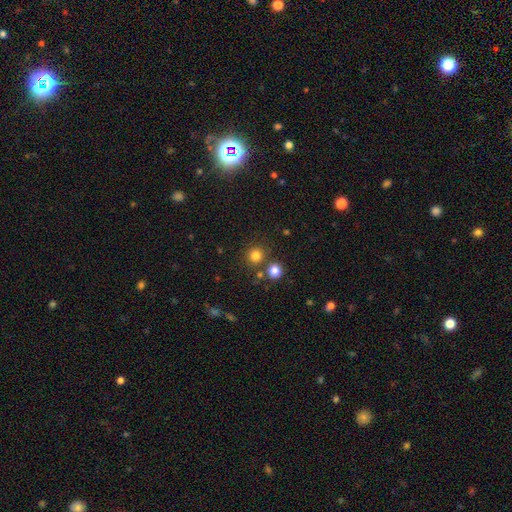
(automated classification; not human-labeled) Q: Smooth or featured?
A: smooth (80%); runner-up: star or artifact (14%)
Q: How rounded?
A: round (91%); runner-up: in between (8%)
Q: Merging?
A: none (79%); runner-up: merger (11%)